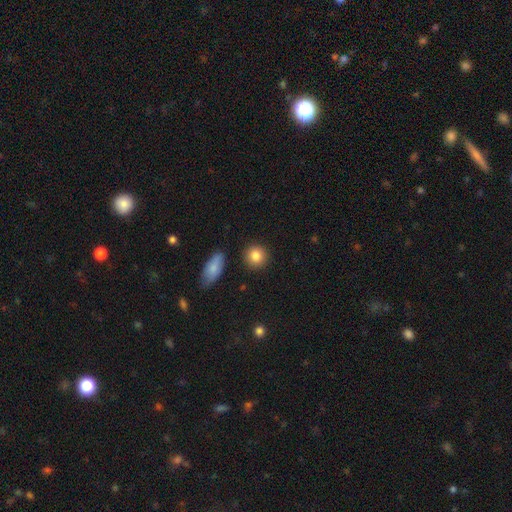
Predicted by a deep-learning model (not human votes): Morphology: type=smooth (85%); roundness=round (88%); merging=none (88%).